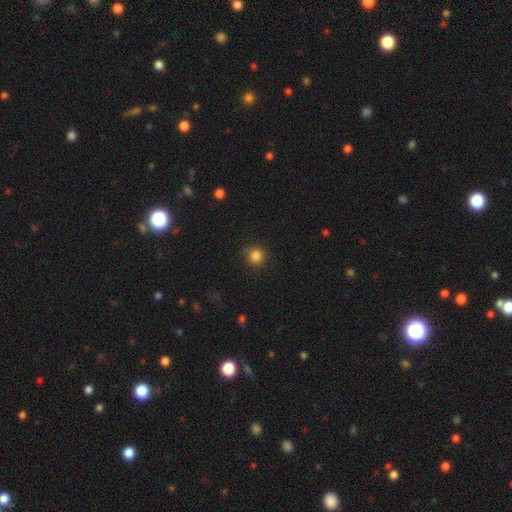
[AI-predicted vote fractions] Smooth or featured? smooth (85%)
How rounded? round (93%)
Merging? none (87%)